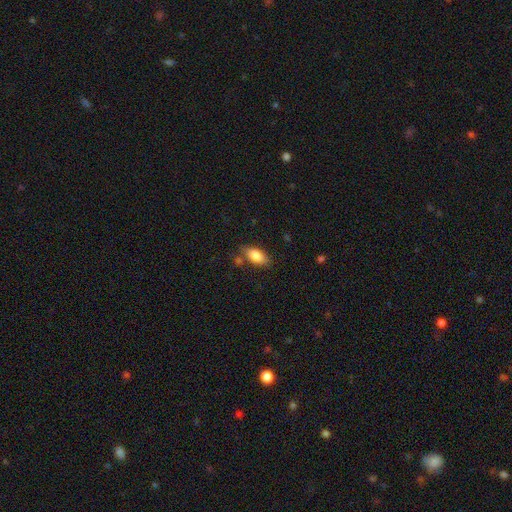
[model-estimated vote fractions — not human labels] smooth-or-featured: smooth: 84% | featured or disk: 9% | star or artifact: 7%
  how-rounded: in between: 90% | cigar-shaped: 6% | round: 4%
  merging: none: 74% | minor disturbance: 16% | merger: 6% | major disturbance: 4%